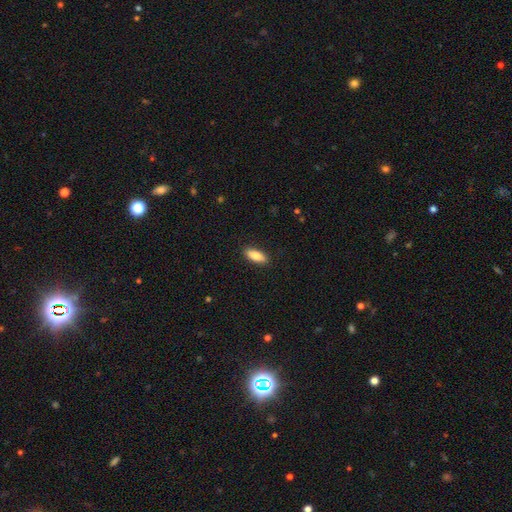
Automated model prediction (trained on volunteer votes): smooth_or_featured: smooth (p=0.82) [alt: featured or disk p=0.11]
how_rounded: in between (p=0.73) [alt: cigar-shaped p=0.25]
merging: none (p=0.89) [alt: minor disturbance p=0.08]